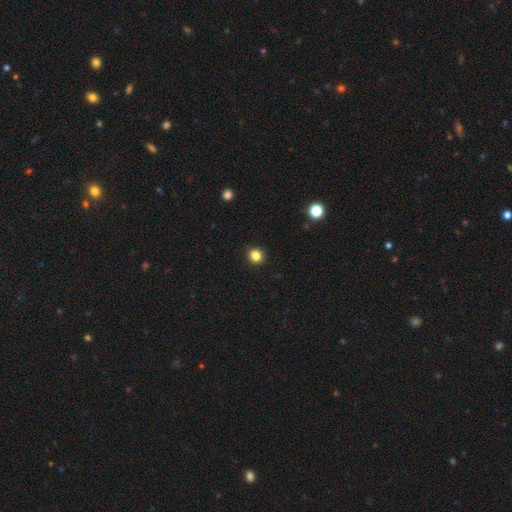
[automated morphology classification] Smooth or featured: smooth — 83% (star or artifact — 13%)
How rounded: round — 91% (in between — 8%)
Merging: none — 93% (minor disturbance — 5%)